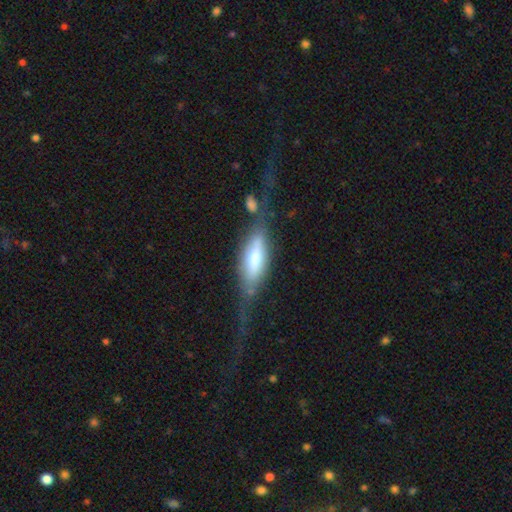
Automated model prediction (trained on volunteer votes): featured or disk 54%, smooth 40%, star or artifact 6%. Down the decision tree: edge-on disk — yes (75%); merging — none (44%).